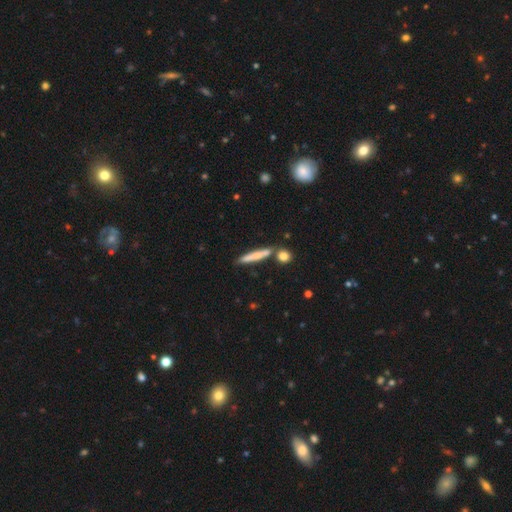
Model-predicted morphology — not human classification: smooth_or_featured: smooth (p=0.70) [alt: featured or disk p=0.23]
how_rounded: cigar-shaped (p=0.91) [alt: in between p=0.06]
merging: none (p=0.74) [alt: minor disturbance p=0.12]